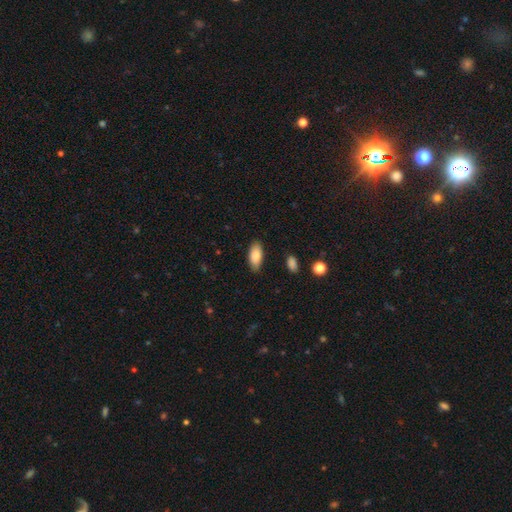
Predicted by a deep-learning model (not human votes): This is clearly a smooth galaxy (86%). How rounded: clearly in between (89%). Merging: clearly none (85%).